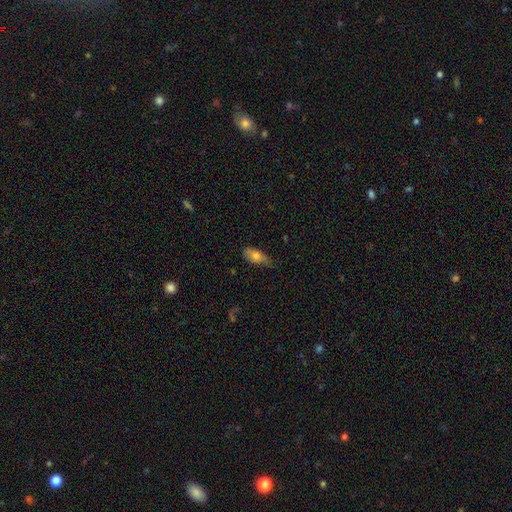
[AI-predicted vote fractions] Smooth or featured? Predicted: smooth (p=0.75). How rounded? Predicted: in between (p=0.79). Merging? Predicted: none (p=0.61).